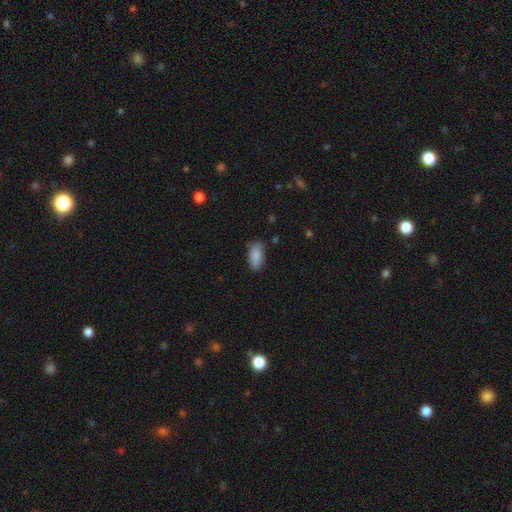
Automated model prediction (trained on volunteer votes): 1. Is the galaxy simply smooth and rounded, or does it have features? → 88% smooth, 7% star or artifact, 5% featured or disk.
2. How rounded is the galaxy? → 91% in between, 7% cigar-shaped, 3% round.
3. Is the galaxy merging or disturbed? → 76% none, 19% minor disturbance, 4% major disturbance, 2% merger.